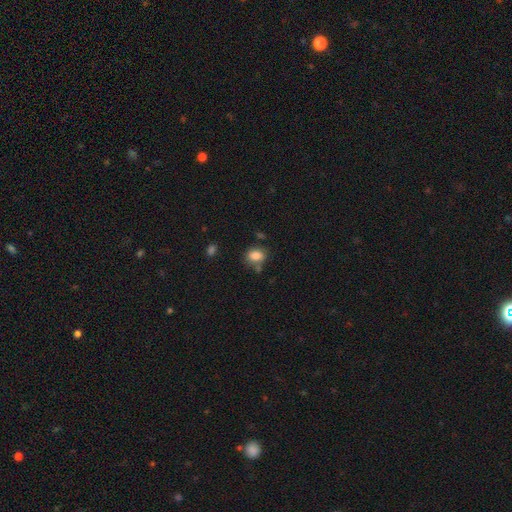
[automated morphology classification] Smooth or featured: smooth — 82% (star or artifact — 10%)
How rounded: in between — 63% (round — 36%)
Merging: none — 69% (minor disturbance — 17%)